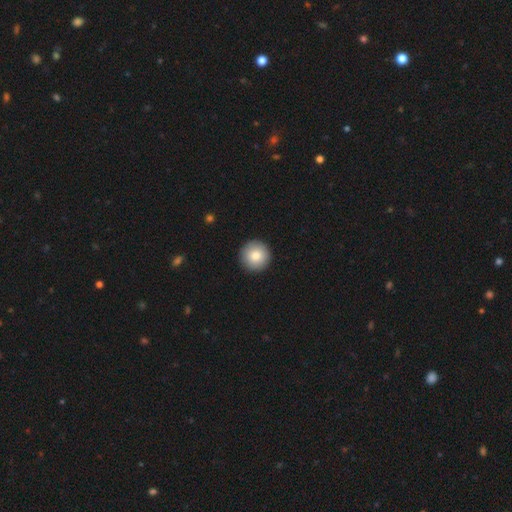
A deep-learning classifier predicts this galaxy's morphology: Q: Smooth or featured?
A: smooth (84%); runner-up: featured or disk (9%)
Q: How rounded?
A: round (96%); runner-up: in between (3%)
Q: Merging?
A: none (93%); runner-up: minor disturbance (5%)